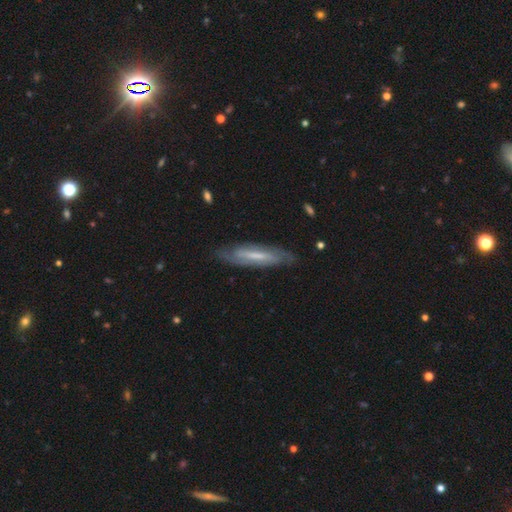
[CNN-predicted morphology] Smooth or featured: featured or disk — 68% (smooth — 26%)
Edge-on disk: no — 57% (yes — 43%)
Merging: none — 79% (minor disturbance — 15%)